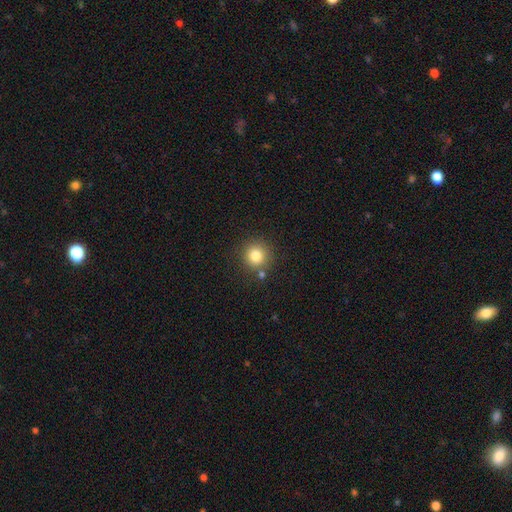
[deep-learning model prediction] Overall: smooth (81%). How rounded: round (93%). Merging: none (79%).